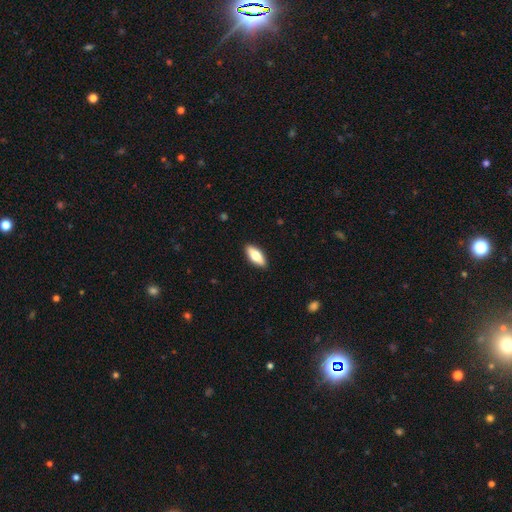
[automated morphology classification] Smooth or featured?
  - smooth: 67% *
  - featured or disk: 27%
  - star or artifact: 6%
How rounded?
  - in between: 76% *
  - cigar-shaped: 22%
  - round: 3%
Merging?
  - none: 90% *
  - minor disturbance: 8%
  - major disturbance: 2%
  - merger: 1%